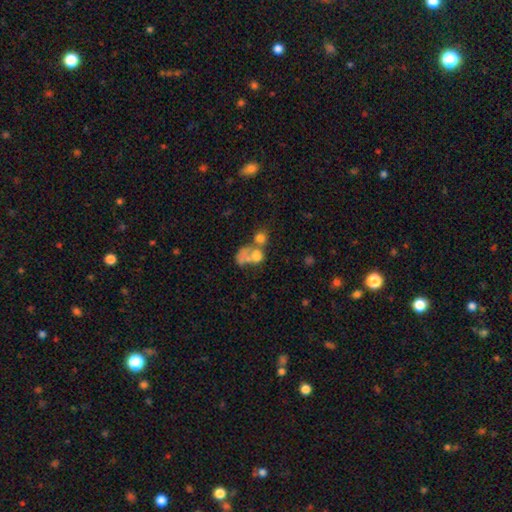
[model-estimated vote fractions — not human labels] smooth-or-featured: smooth: 45% | featured or disk: 31% | star or artifact: 25%
  merging: merger: 47% | none: 30% | major disturbance: 12% | minor disturbance: 11%